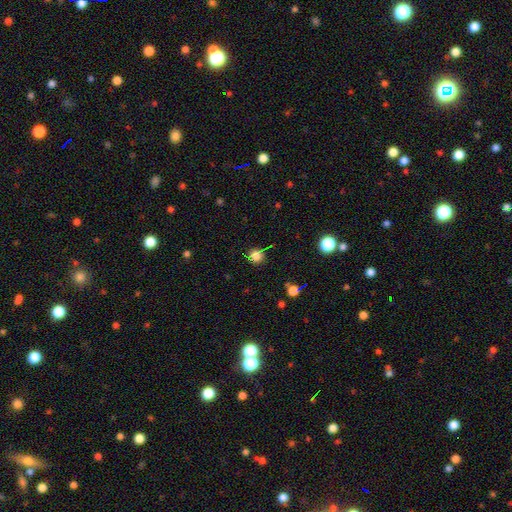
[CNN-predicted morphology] This is likely a smooth galaxy (69%). How rounded: clearly round (91%). Merging: likely none (79%).